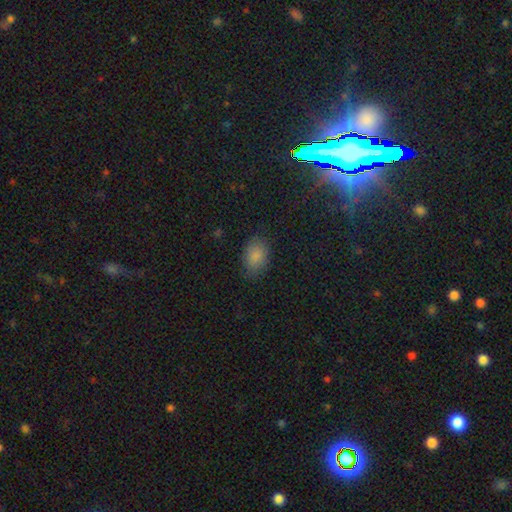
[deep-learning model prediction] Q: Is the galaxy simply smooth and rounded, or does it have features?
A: smooth — 85%.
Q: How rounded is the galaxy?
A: in between — 82%.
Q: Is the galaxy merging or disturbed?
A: none — 76%.